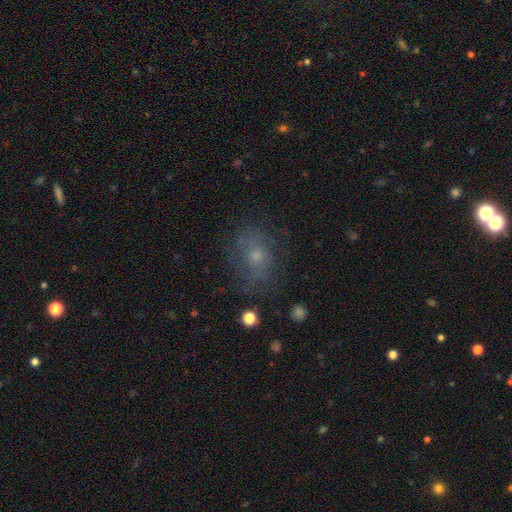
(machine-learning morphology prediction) Smooth or featured? smooth (43%)
Merging? none (64%)